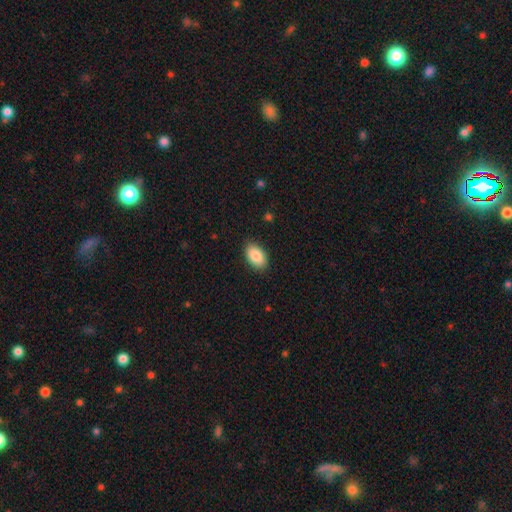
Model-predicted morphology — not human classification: A smooth galaxy with no disk features (87%) that is in between round and cigar-shaped (93%). Merging: none (88%).